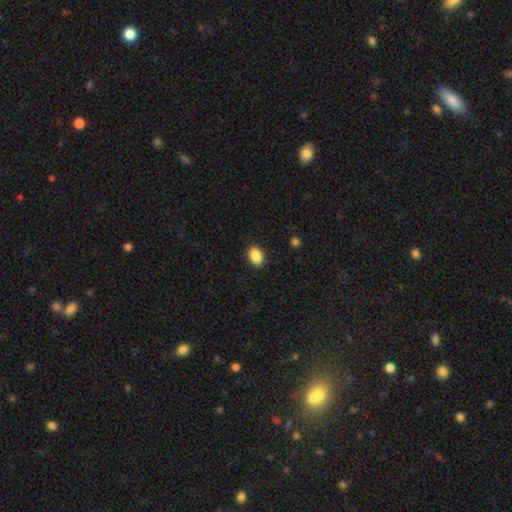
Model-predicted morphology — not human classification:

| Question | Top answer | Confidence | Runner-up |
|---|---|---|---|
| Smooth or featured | smooth | 89% | star or artifact (8%) |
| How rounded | in between | 83% | round (15%) |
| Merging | none | 89% | minor disturbance (7%) |